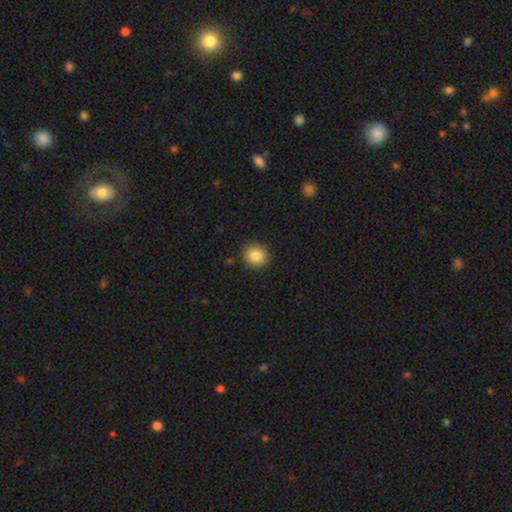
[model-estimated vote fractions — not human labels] Morphology: type=smooth (86%); roundness=round (82%); merging=none (90%).